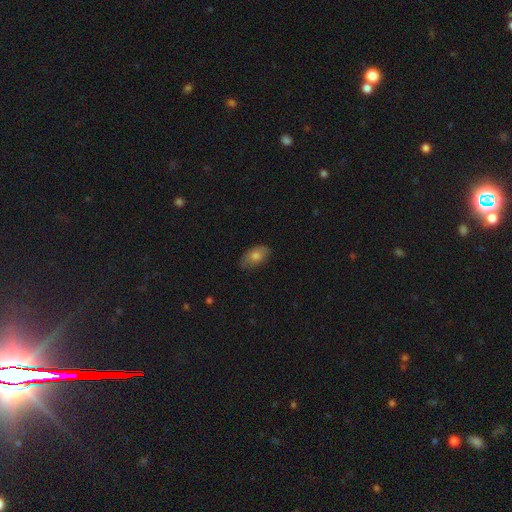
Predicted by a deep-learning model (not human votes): Smooth or featured? smooth (78%)
How rounded? in between (92%)
Merging? none (80%)